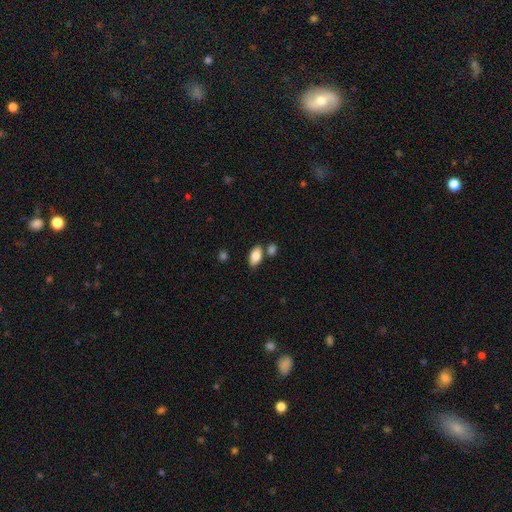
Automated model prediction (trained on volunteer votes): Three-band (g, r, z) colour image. It shows a smooth galaxy with no disk features (83%) that is in between round and cigar-shaped (92%). Merging: none (71%).